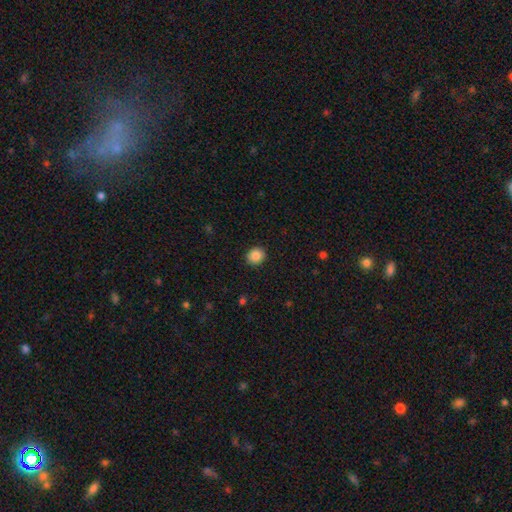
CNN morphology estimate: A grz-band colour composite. It shows a smooth galaxy with no disk features (87%) that is round (82%). Merging: none (92%).